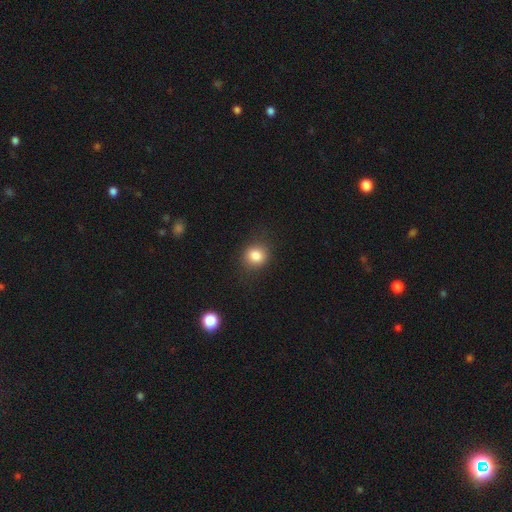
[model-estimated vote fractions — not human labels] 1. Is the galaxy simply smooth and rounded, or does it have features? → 83% smooth, 11% star or artifact, 6% featured or disk.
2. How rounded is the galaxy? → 76% round, 23% in between, 1% cigar-shaped.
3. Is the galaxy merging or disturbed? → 84% none, 11% minor disturbance, 4% major disturbance, 1% merger.